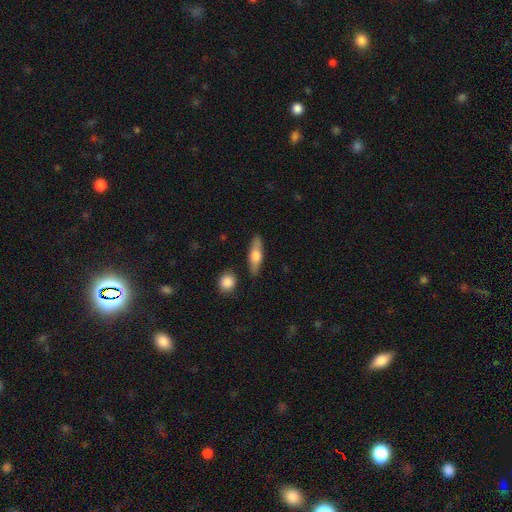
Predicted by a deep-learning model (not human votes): This appears to be a smooth galaxy with no disk features (53%) that is cigar-shaped (53%). Merging: none (84%).